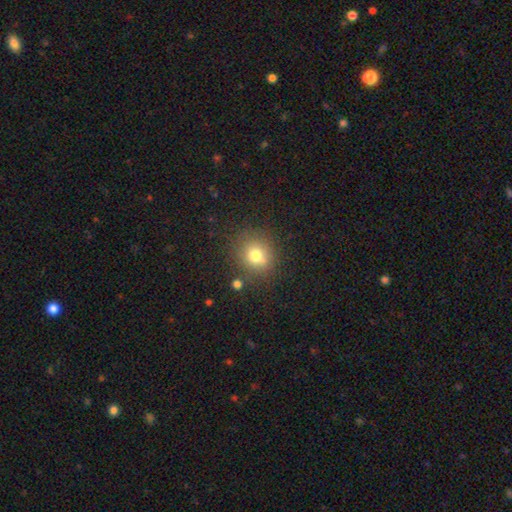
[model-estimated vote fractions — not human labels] Q: Smooth or featured?
A: smooth (75%); runner-up: star or artifact (15%)
Q: How rounded?
A: round (84%); runner-up: in between (15%)
Q: Merging?
A: none (79%); runner-up: minor disturbance (12%)